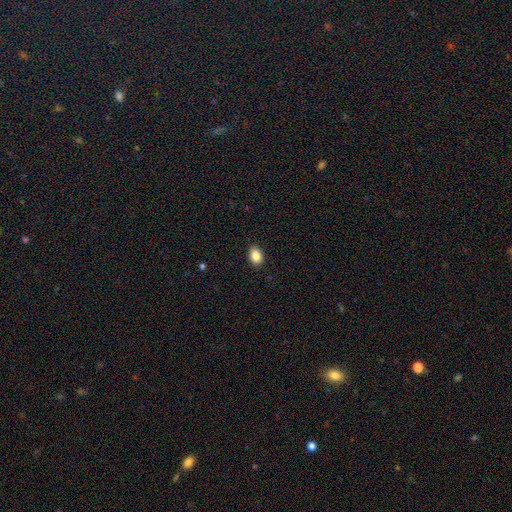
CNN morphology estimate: Smooth or featured?
  - smooth: 87% *
  - star or artifact: 9%
  - featured or disk: 5%
How rounded?
  - in between: 79% *
  - round: 19%
  - cigar-shaped: 1%
Merging?
  - none: 90% *
  - minor disturbance: 8%
  - major disturbance: 2%
  - merger: 1%